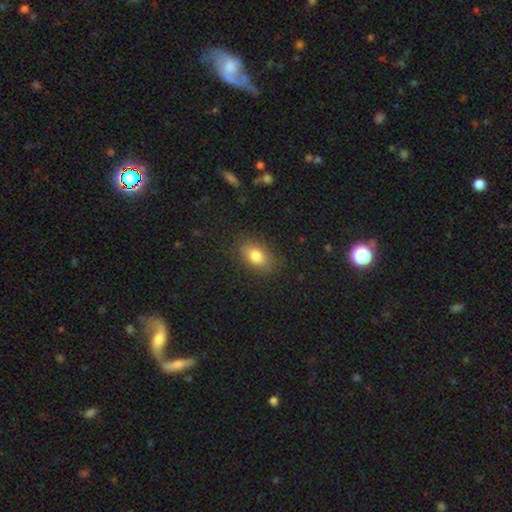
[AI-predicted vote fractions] Smooth or featured: smooth — 80% (featured or disk — 10%)
How rounded: in between — 84% (round — 13%)
Merging: none — 83% (minor disturbance — 12%)